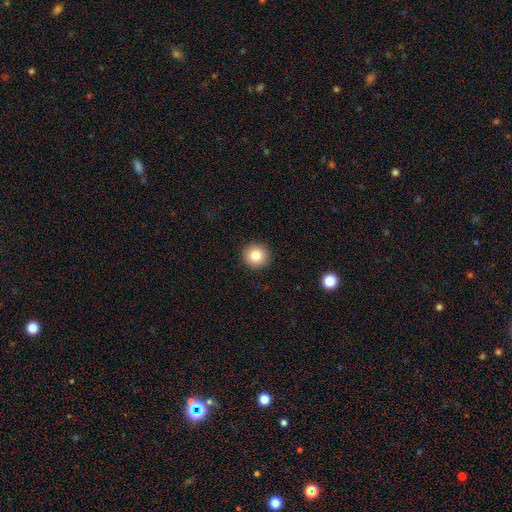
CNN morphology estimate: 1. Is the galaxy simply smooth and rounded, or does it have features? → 83% smooth, 10% star or artifact, 7% featured or disk.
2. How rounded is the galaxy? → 94% round, 5% in between, 1% cigar-shaped.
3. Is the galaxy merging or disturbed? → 93% none, 5% minor disturbance, 2% major disturbance, 1% merger.